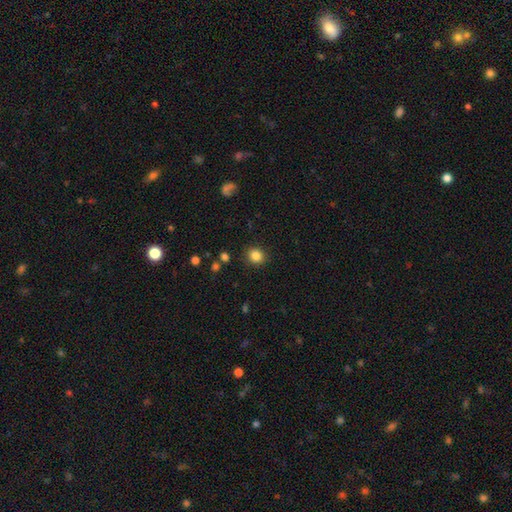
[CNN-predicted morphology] This appears to be a smooth galaxy with no disk features (85%) that is round (80%). Merging: none (89%).